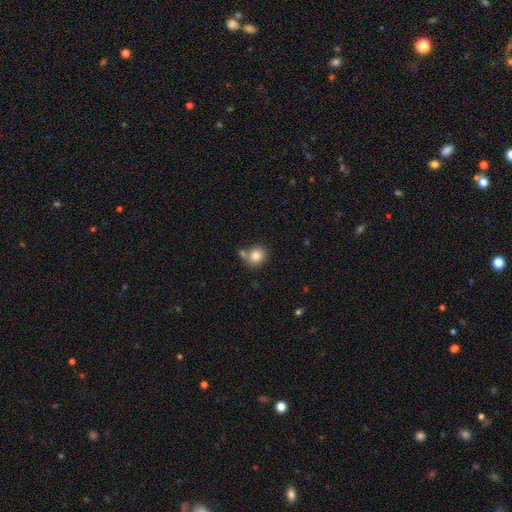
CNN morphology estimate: This appears to be a smooth galaxy with no disk features (81%) that is round (80%). Merging: none (58%).